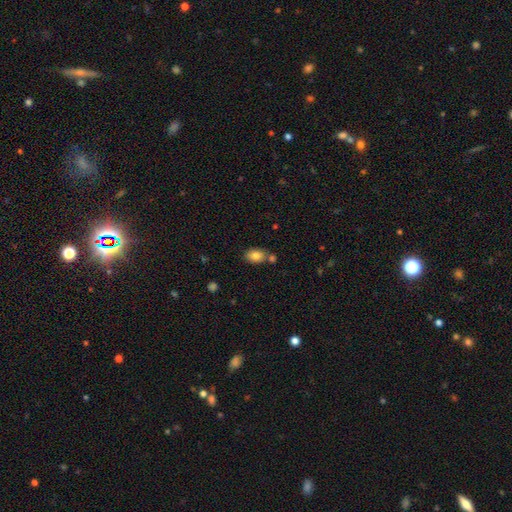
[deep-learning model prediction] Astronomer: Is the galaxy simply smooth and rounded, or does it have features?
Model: smooth — 82%.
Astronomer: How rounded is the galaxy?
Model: in between — 82%.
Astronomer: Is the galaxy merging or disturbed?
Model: none — 65%.